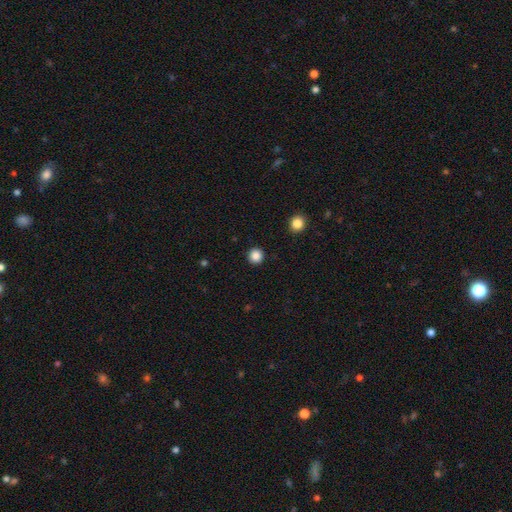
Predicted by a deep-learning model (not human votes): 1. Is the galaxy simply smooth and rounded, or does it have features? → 86% smooth, 11% star or artifact, 3% featured or disk.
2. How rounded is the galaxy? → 95% round, 4% in between, 1% cigar-shaped.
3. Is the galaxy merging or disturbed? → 93% none, 4% minor disturbance, 2% major disturbance, 1% merger.